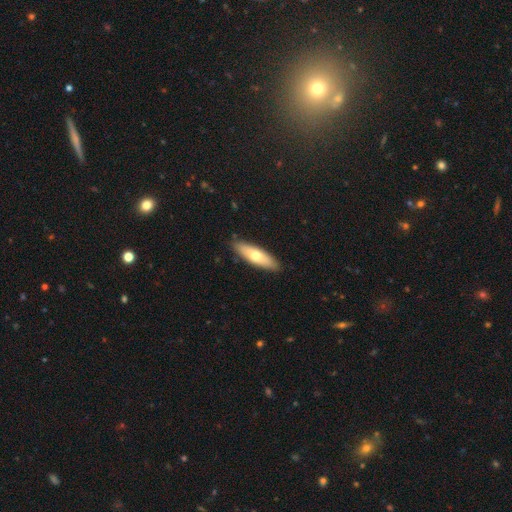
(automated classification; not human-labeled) Overall: smooth (63%; featured or disk 32%). How rounded: cigar-shaped (51%; in between 47%). Merging: none (88%).